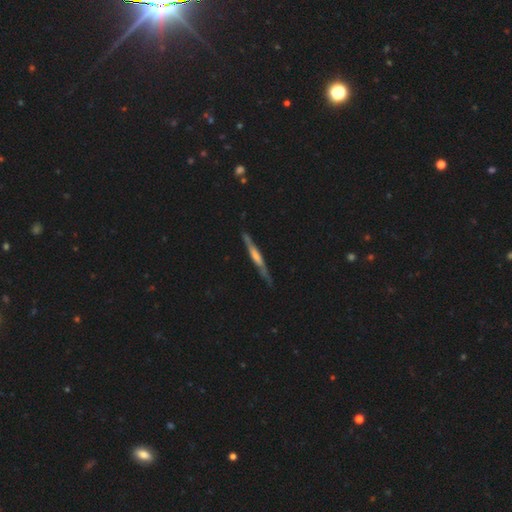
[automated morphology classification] featured or disk 66%, smooth 28%, star or artifact 6%. Down the decision tree: edge-on disk — yes (94%); edge-on bulge — none (36%, tied with rounded); merging — none (78%).